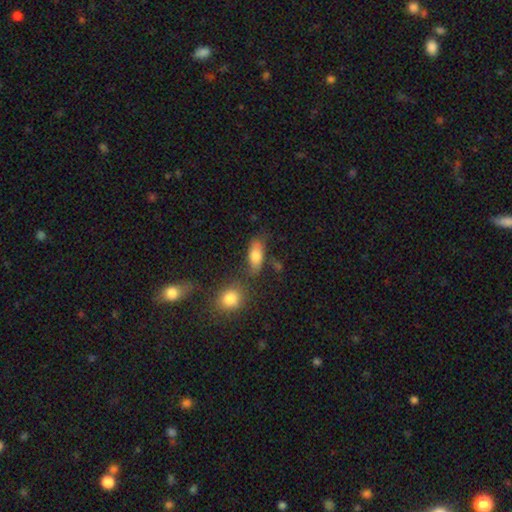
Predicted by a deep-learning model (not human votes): Overall: smooth (77%). How rounded: in between (82%). Merging: none (64%).